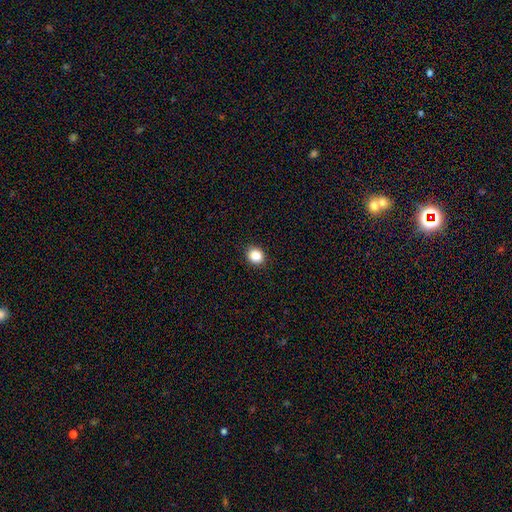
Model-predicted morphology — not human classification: smooth 86%, star or artifact 10%, featured or disk 3%. Down the decision tree: how rounded — round (71%); merging — none (91%).